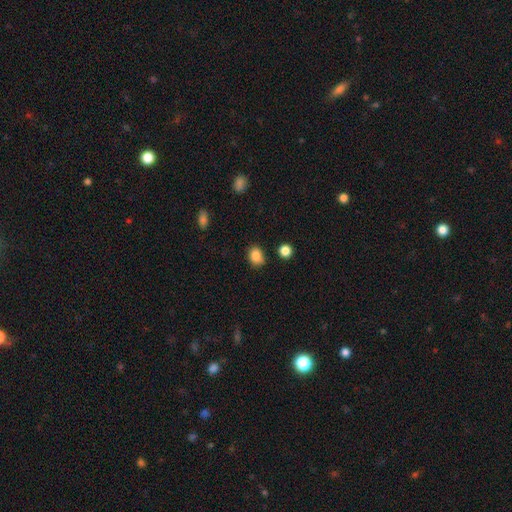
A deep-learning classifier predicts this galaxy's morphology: type=smooth (86%); roundness=in between (60%); merging=none (81%).